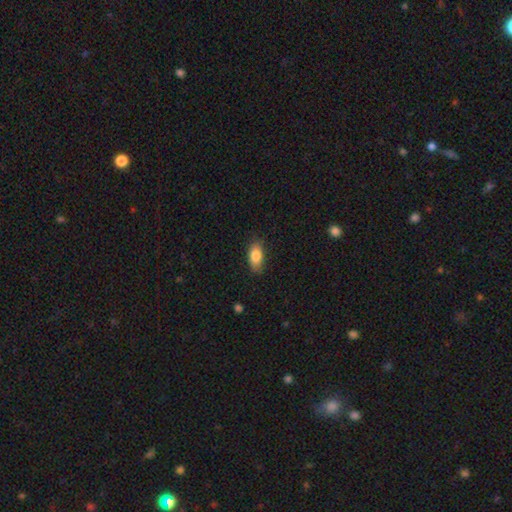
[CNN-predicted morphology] smooth 83%, featured or disk 10%, star or artifact 7%. Down the decision tree: how rounded — in between (88%); merging — none (82%).